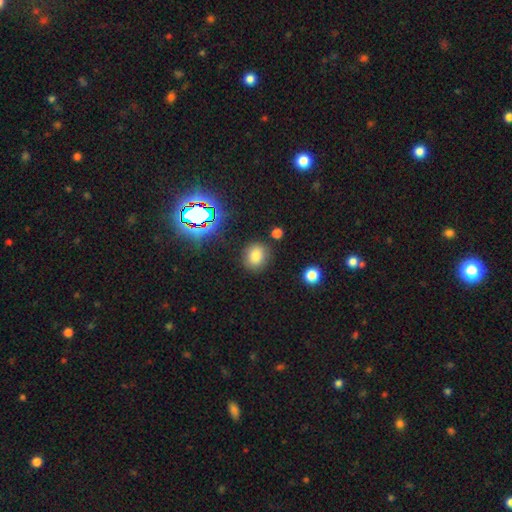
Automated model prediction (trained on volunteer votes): Smooth or featured: smooth — 77% (star or artifact — 16%)
How rounded: round — 69% (in between — 29%)
Merging: none — 84% (minor disturbance — 9%)